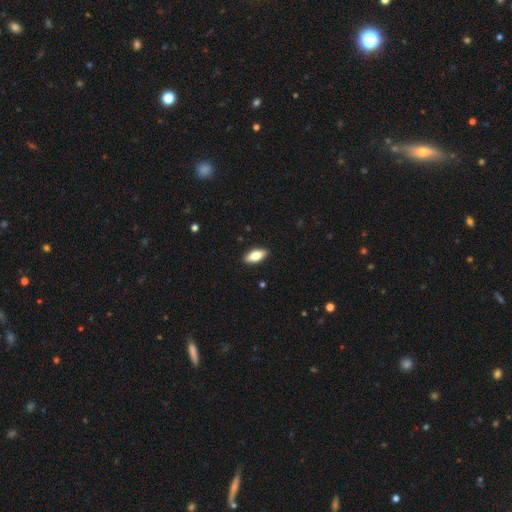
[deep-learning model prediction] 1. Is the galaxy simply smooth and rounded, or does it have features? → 72% smooth, 22% featured or disk, 6% star or artifact.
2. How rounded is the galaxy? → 83% in between, 14% cigar-shaped, 3% round.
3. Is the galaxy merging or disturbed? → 90% none, 7% minor disturbance, 2% major disturbance, 1% merger.